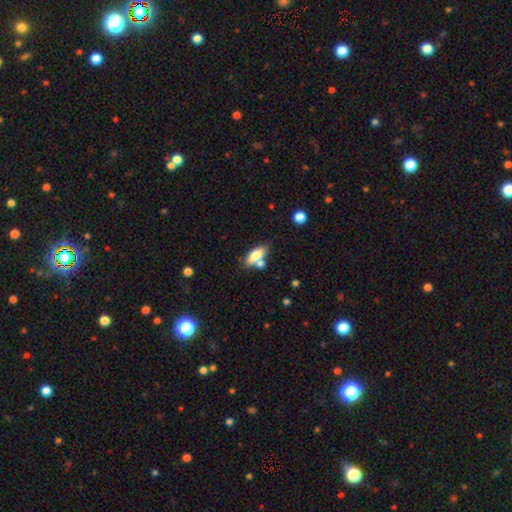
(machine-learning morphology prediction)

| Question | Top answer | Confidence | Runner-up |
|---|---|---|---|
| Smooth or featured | smooth | 73% | featured or disk (20%) |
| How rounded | in between | 72% | cigar-shaped (25%) |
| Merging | none | 57% | merger (26%) |